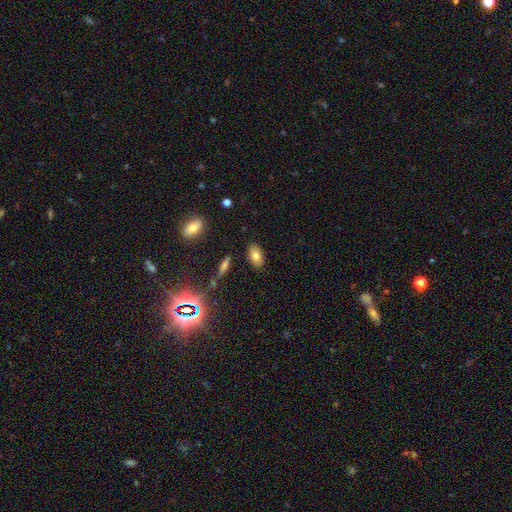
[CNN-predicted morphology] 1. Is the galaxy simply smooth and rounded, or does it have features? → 76% smooth, 13% featured or disk, 11% star or artifact.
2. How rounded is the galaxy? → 91% in between, 6% round, 3% cigar-shaped.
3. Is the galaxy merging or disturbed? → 86% none, 9% minor disturbance, 2% major disturbance, 2% merger.